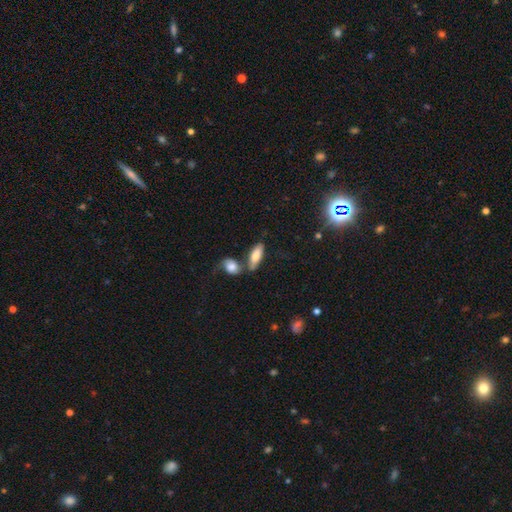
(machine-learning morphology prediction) This is likely a smooth galaxy (73%). How rounded: likely in between (73%). Merging: possibly none (47%).